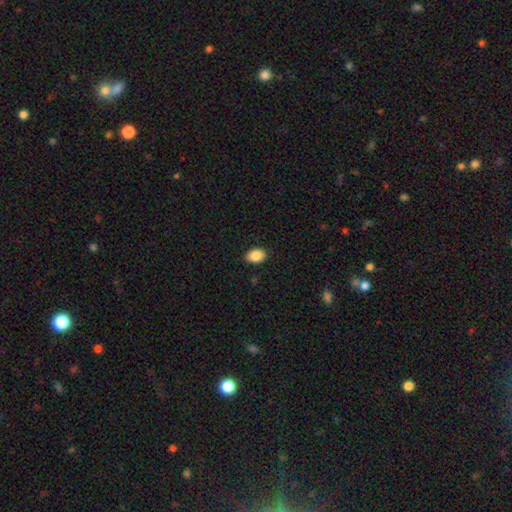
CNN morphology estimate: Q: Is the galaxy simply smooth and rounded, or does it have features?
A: smooth — 88%.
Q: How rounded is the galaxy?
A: in between — 82%.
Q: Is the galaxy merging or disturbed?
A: none — 89%.